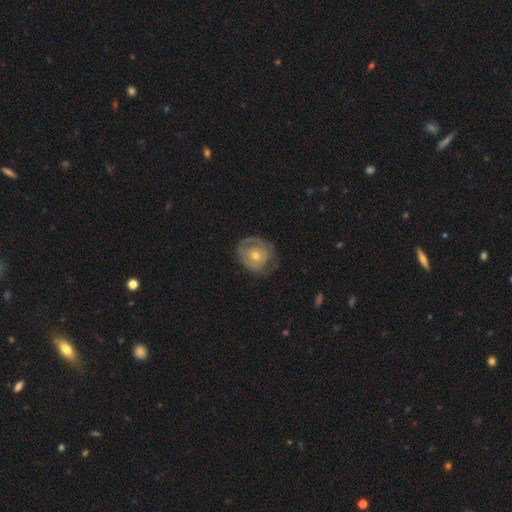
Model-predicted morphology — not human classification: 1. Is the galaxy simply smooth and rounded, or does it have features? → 61% featured or disk, 32% smooth, 7% star or artifact.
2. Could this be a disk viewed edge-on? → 96% no, 4% yes.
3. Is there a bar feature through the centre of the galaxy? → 82% no, 15% weak, 3% strong.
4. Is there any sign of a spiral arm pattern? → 58% yes, 42% no.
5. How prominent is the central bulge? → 53% moderate, 43% small, 2% large, 1% none, 1% dominant.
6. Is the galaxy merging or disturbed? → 63% none, 23% minor disturbance, 14% major disturbance, 1% merger.